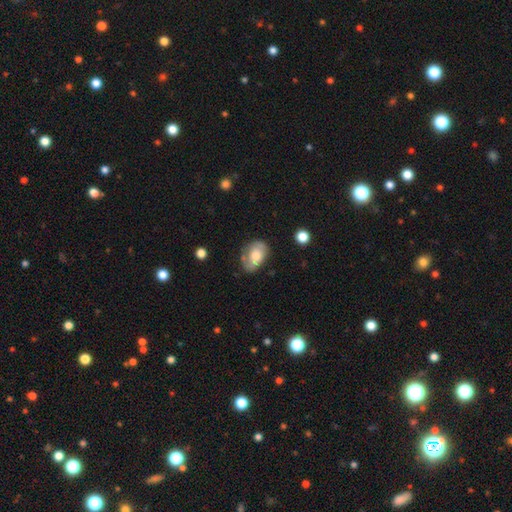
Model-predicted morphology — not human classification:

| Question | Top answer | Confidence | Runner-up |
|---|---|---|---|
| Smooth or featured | smooth | 55% | featured or disk (39%) |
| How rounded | in between | 84% | round (15%) |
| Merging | none | 56% | minor disturbance (30%) |